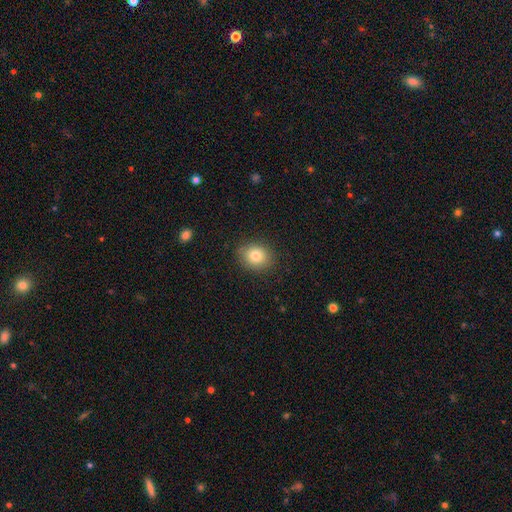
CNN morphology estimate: This appears to be a smooth galaxy with no disk features (80%) that is round (68%). Merging: none (87%).